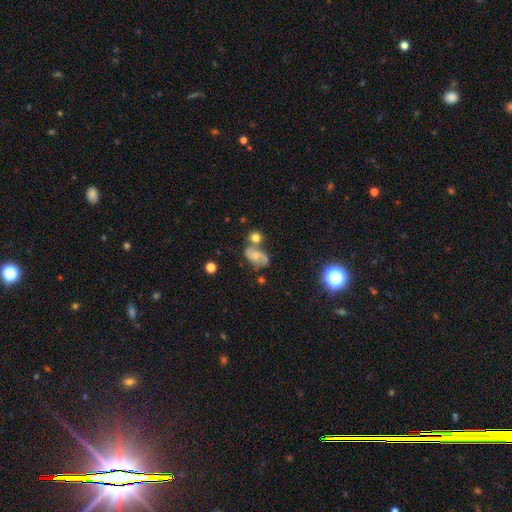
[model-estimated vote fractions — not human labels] Morphology: type=featured or disk (59%); edge-on=no (97%); bar=no (62%); spiral arms=yes (88%); winding=medium (46%); arm count=2 (83%); bulge=small (46%); merging=none (41%).